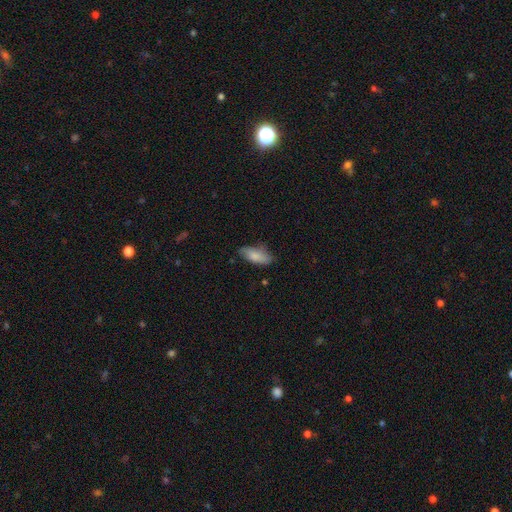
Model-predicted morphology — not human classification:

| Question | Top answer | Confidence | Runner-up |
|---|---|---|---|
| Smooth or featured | smooth | 78% | featured or disk (15%) |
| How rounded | in between | 82% | cigar-shaped (16%) |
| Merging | none | 64% | minor disturbance (27%) |